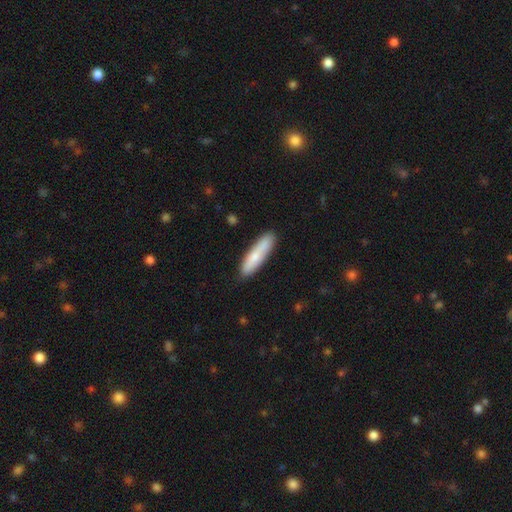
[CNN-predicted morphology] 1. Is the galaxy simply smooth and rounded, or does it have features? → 72% smooth, 23% featured or disk, 6% star or artifact.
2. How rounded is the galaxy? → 76% cigar-shaped, 23% in between, 2% round.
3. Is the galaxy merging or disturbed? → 84% none, 12% minor disturbance, 2% major disturbance, 2% merger.